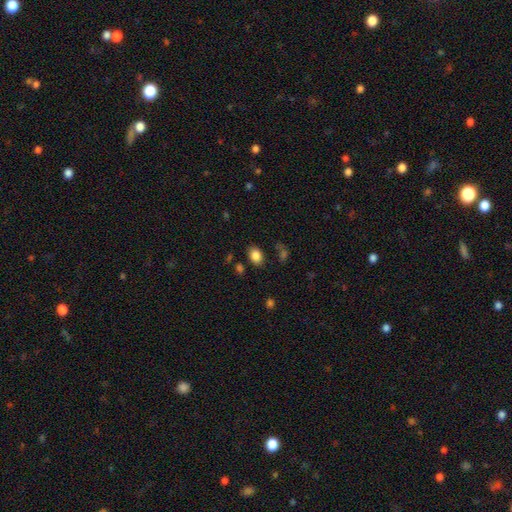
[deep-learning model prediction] A smooth galaxy with no disk features (84%) that is in between round and cigar-shaped (75%). Merging: none (81%).